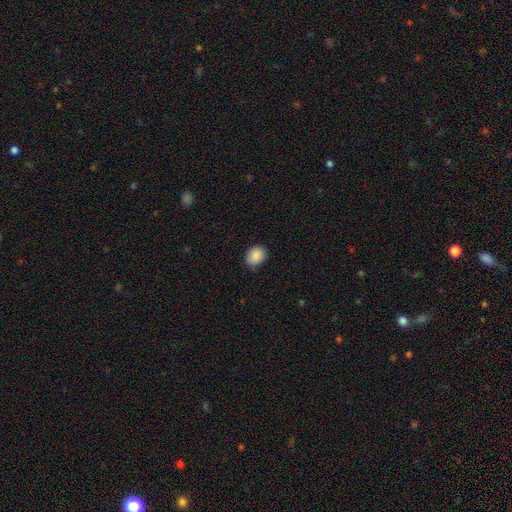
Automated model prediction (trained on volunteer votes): The model was most divided on "how rounded": round: 52%, in between: 47%, cigar-shaped: 1%. More confident: smooth or featured — smooth (88%); merging — none (82%).